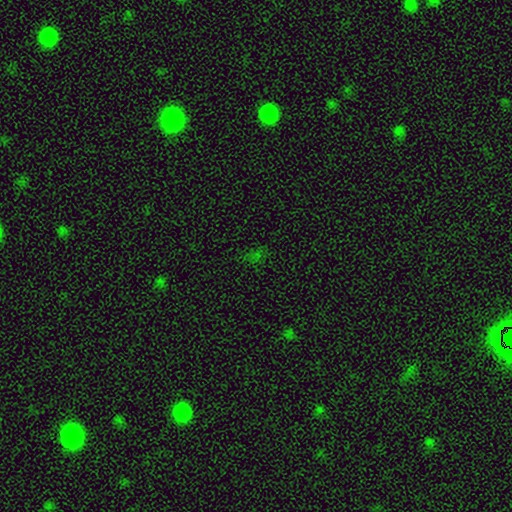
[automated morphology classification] The model was most divided on "smooth or featured": star or artifact: 56%, smooth: 37%, featured or disk: 7%.